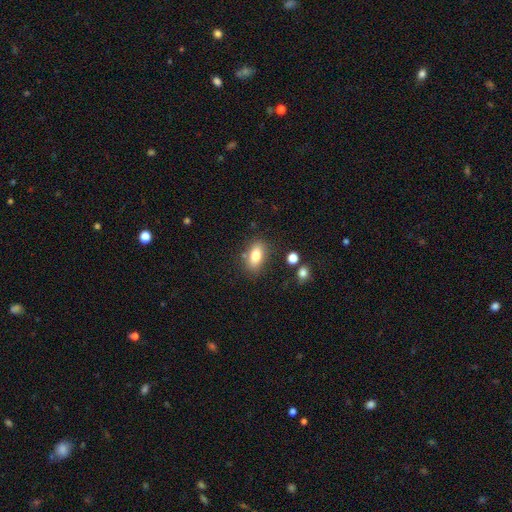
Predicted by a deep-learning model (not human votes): Overall: smooth (79%). How rounded: in between (85%). Merging: none (78%).